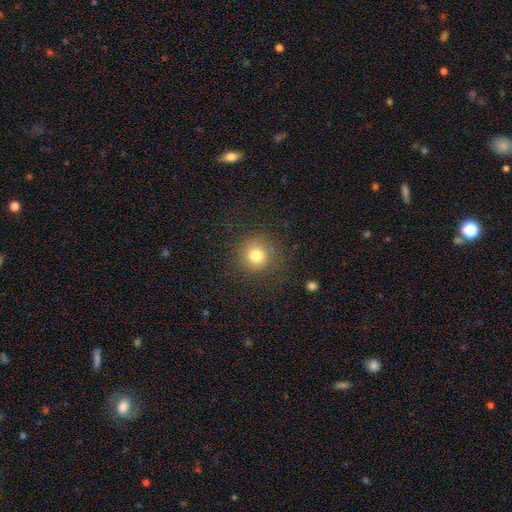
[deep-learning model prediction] Q: Smooth or featured?
A: smooth (78%); runner-up: star or artifact (14%)
Q: How rounded?
A: round (93%); runner-up: in between (6%)
Q: Merging?
A: none (85%); runner-up: minor disturbance (9%)